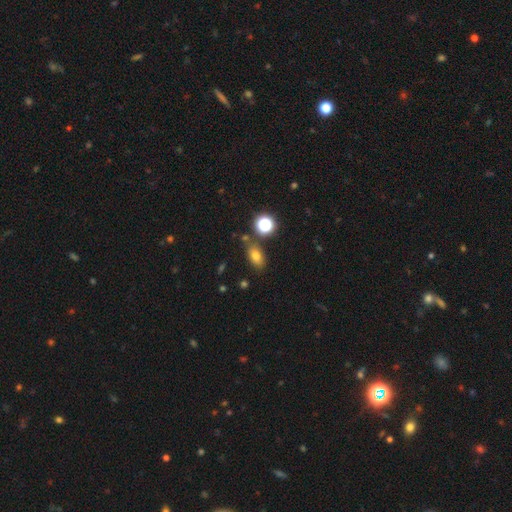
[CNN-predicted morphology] This is likely a smooth galaxy (74%). How rounded: likely in between (80%). Merging: likely none (77%).